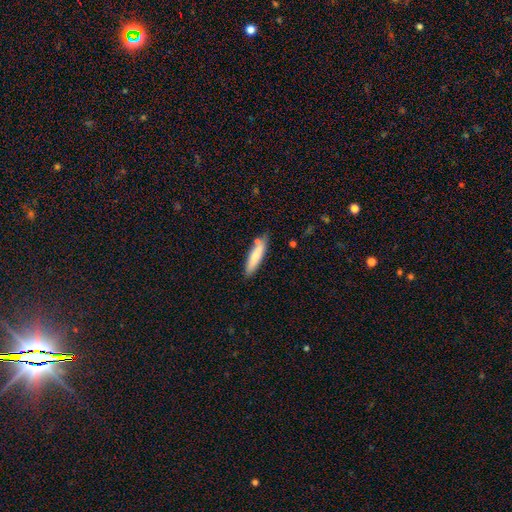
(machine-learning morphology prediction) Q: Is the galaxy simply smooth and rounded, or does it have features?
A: smooth — 76%.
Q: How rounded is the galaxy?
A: cigar-shaped — 79%.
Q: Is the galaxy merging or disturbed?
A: none — 76%.